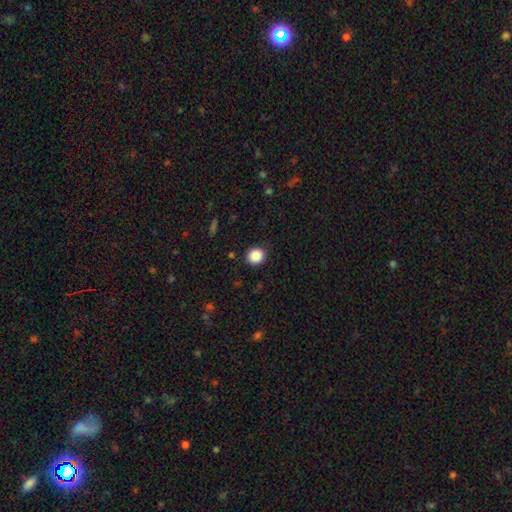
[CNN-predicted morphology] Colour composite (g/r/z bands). It shows a smooth galaxy with no disk features (88%) that is round (88%). Merging: none (90%).